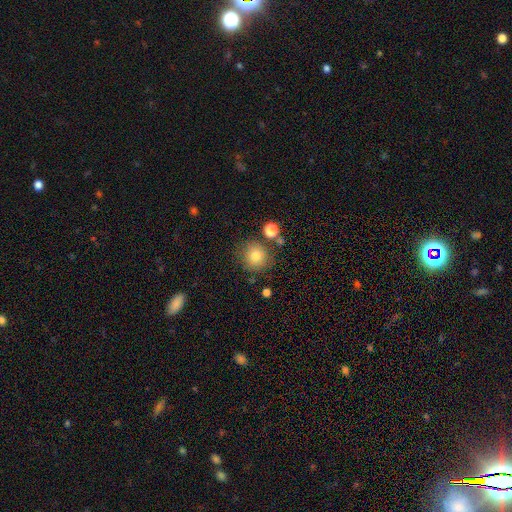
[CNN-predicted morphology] A smooth galaxy with no disk features (80%) that is round (90%).

Vote fractions:
- Smooth or featured? smooth: 80% / star or artifact: 11% / featured or disk: 9%
- How rounded? round: 90% / in between: 9% / cigar-shaped: 1%
- Merging? none: 79% / minor disturbance: 11% / merger: 7% / major disturbance: 4%